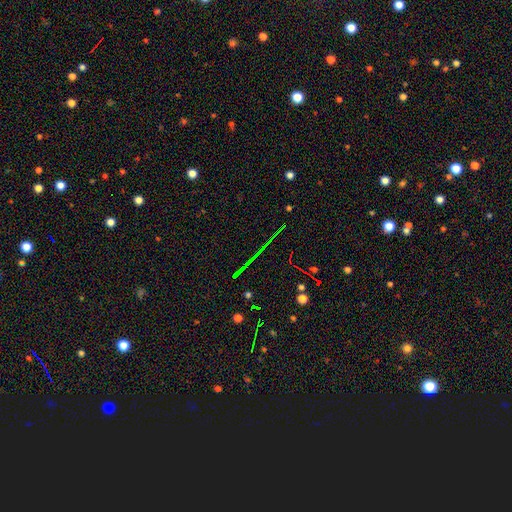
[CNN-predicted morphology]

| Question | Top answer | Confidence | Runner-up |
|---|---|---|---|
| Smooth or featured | star or artifact | 70% | featured or disk (17%) |